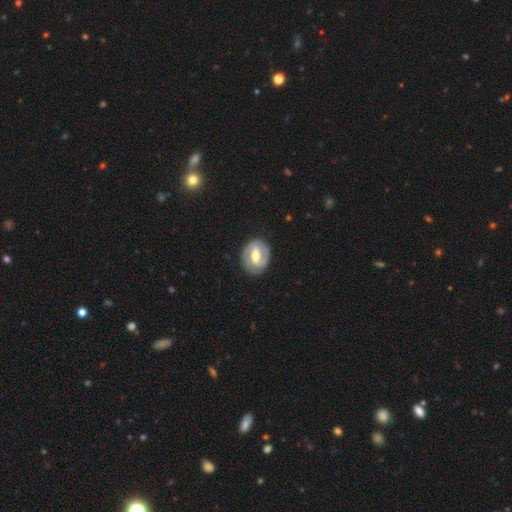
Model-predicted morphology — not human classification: This is clearly a featured or disk galaxy (81%). It is clearly not viewed edge-on (97%). Bar: possibly strong (52%). Spiral arm pattern: clearly yes (86%). Spiral arm count: clearly 2 (87%). Spiral winding: possibly tight (50%). Central bulge: likely moderate (67%). Merging: clearly none (84%).